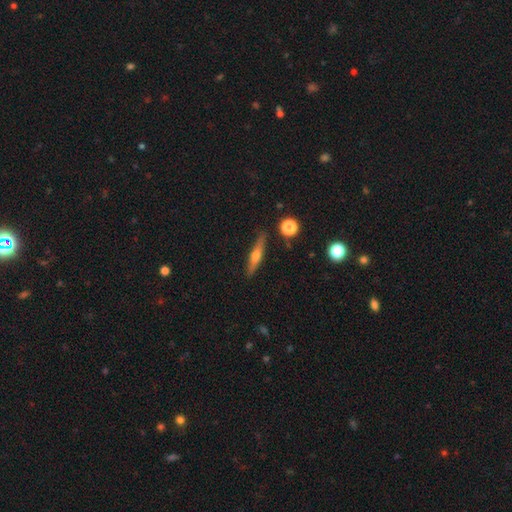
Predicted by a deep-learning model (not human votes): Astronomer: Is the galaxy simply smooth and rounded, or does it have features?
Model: featured or disk — 54% (runner-up: smooth, 39%).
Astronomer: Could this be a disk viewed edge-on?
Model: yes — 95%.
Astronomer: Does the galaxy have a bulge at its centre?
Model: rounded — 90%.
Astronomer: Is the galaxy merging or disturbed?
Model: none — 86%.